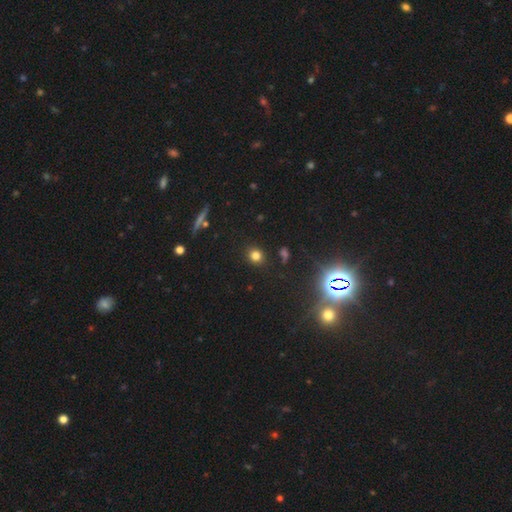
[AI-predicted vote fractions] Morphology: type=smooth (77%); roundness=round (81%); merging=none (87%).